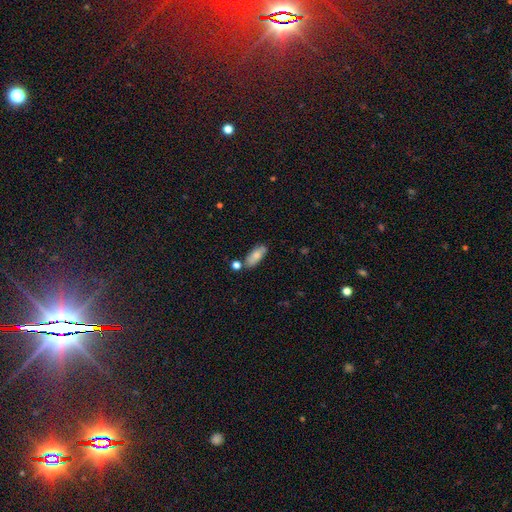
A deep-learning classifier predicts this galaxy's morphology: The model was most divided on "merging": none: 68%, minor disturbance: 17%, merger: 11%, major disturbance: 4%. More confident: how rounded — in between (78%); smooth or featured — smooth (76%).